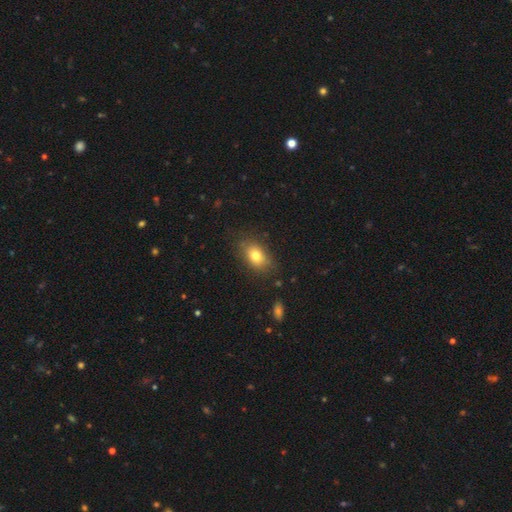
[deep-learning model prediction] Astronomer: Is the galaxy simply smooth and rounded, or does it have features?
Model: smooth — 78%.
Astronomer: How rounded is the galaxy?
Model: in between — 80%.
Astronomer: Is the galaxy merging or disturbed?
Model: none — 79%.